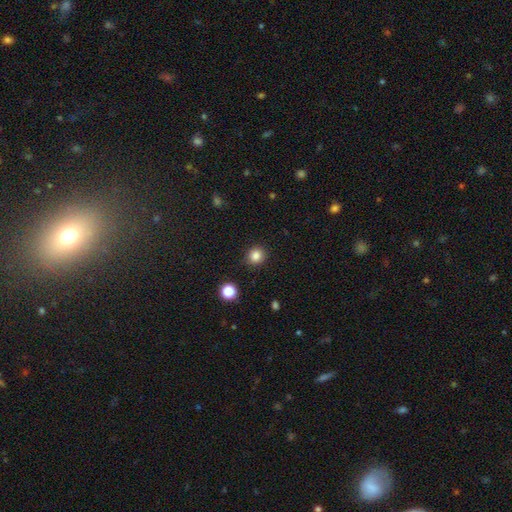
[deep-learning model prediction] Overall: smooth (84%). How rounded: round (82%). Merging: none (88%).